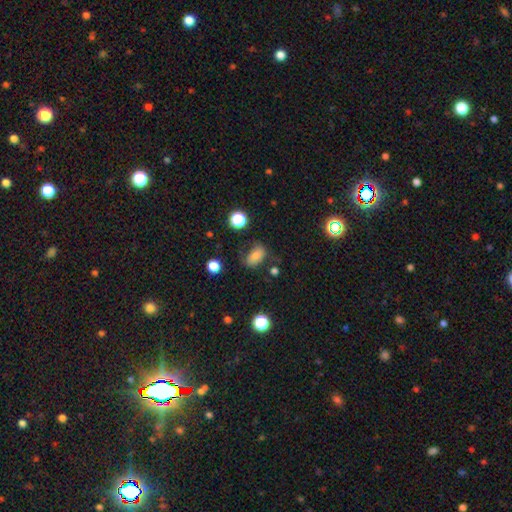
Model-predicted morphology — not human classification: This appears to be a smooth galaxy with no disk features (75%) that is in between round and cigar-shaped (86%). Merging: none (64%).